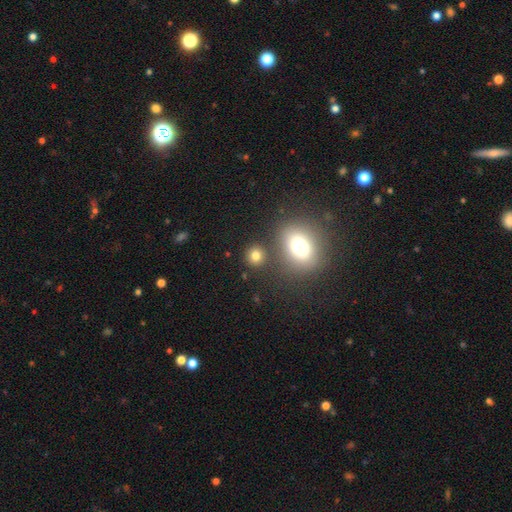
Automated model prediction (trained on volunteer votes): This is likely a smooth galaxy (78%). How rounded: clearly round (85%). Merging: likely none (79%).